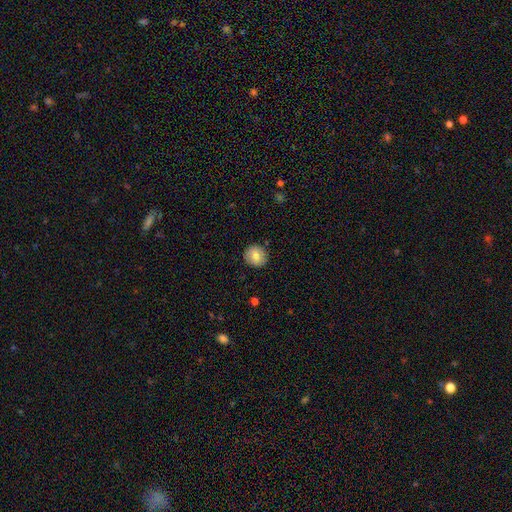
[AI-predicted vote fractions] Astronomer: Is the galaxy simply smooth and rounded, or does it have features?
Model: smooth — 77%.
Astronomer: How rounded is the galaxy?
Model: round — 87%.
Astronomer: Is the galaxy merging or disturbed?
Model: none — 89%.